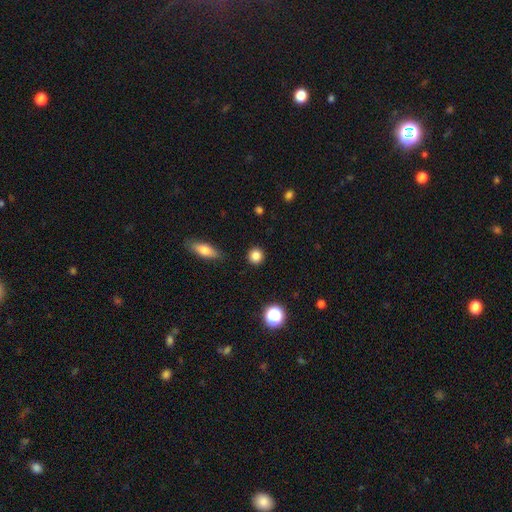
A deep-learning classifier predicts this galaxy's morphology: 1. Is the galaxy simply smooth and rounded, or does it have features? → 84% smooth, 11% star or artifact, 5% featured or disk.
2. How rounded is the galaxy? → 91% round, 8% in between, 1% cigar-shaped.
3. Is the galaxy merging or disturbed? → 90% none, 6% minor disturbance, 2% major disturbance, 1% merger.